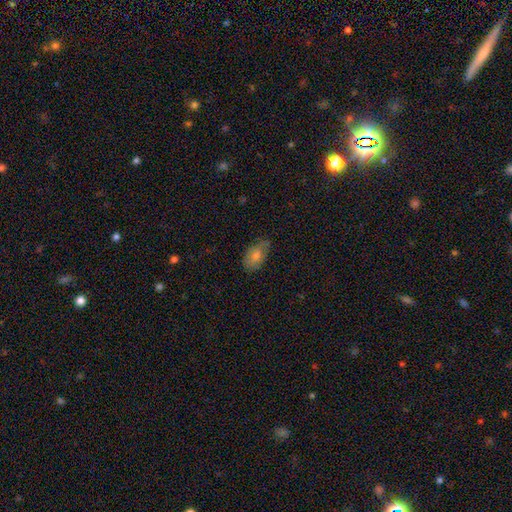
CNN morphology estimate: This appears to be a smooth galaxy with no disk features (62%) that is in between round and cigar-shaped (88%). Merging: none (66%).